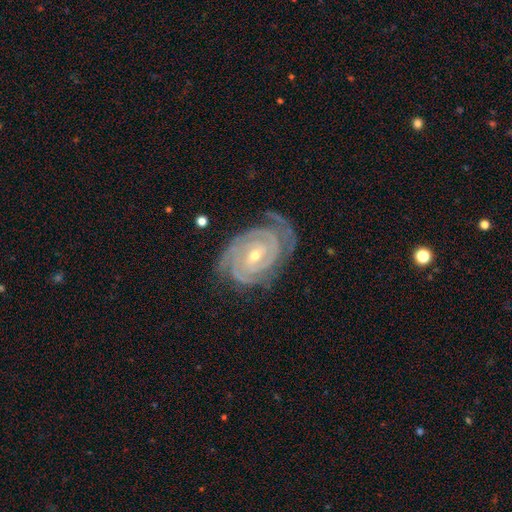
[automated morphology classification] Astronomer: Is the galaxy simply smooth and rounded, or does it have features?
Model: featured or disk — 92%.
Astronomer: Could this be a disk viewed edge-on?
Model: no — 97%.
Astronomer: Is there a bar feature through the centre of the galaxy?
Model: no — 39%, tied with weak at 39%.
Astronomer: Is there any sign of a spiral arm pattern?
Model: yes — 99%.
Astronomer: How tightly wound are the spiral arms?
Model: tight — 84%.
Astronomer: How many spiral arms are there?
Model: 2 — 36% (runner-up: 3, 28%).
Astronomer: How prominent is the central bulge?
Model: small — 55% (runner-up: moderate, 42%).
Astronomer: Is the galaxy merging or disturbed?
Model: none — 75%.